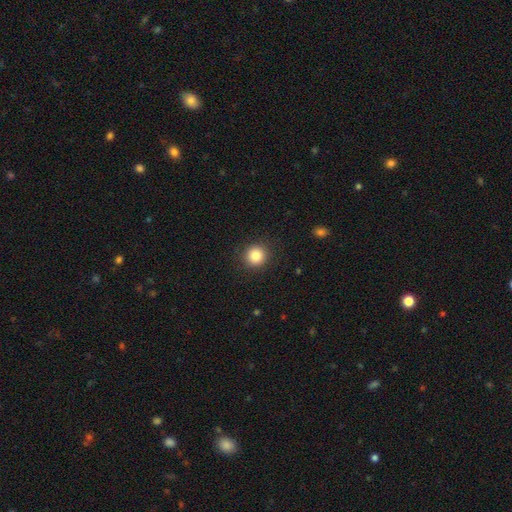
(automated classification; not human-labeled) A smooth galaxy with no disk features (85%) that is round (92%). Merging: none (91%).